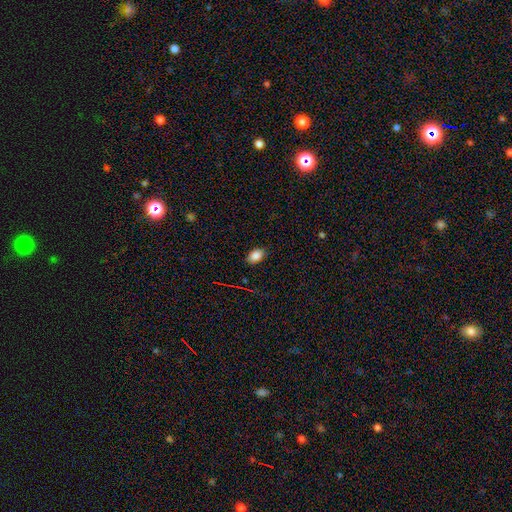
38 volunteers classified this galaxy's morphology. Volunteers were most divided on "how rounded": in between: 80%, round: 20%, cigar-shaped: 0%. More confident: smooth or featured — smooth (92%); merging — none (83%).